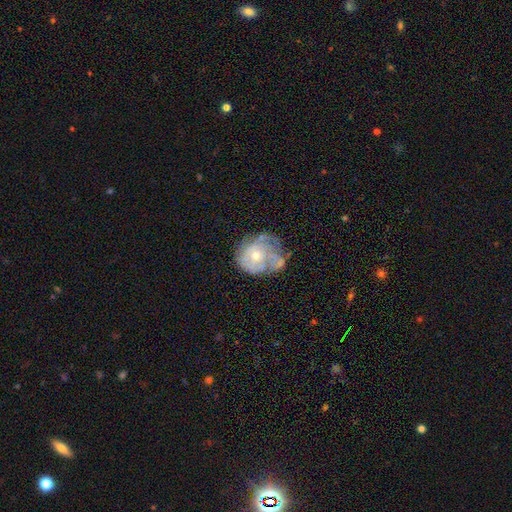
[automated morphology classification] Smooth or featured?
  - featured or disk: 70% *
  - smooth: 21%
  - star or artifact: 9%
Edge-on disk?
  - no: 97% *
  - yes: 3%
Bar?
  - no: 84% *
  - weak: 14%
  - strong: 2%
Spiral arms?
  - yes: 71% *
  - no: 29%
Bulge size?
  - small: 55% *
  - moderate: 41%
  - large: 2%
  - none: 1%
  - dominant: 1%
Merging?
  - none: 47% *
  - minor disturbance: 26%
  - major disturbance: 18%
  - merger: 9%